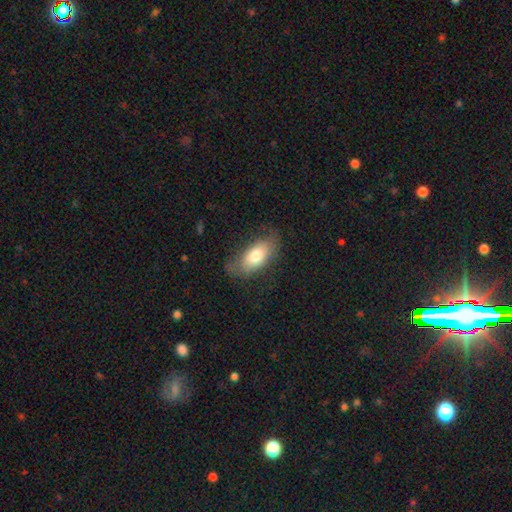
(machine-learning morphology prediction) This appears to be a smooth galaxy with no disk features (71%) that is in between round and cigar-shaped (88%). Merging: none (65%).